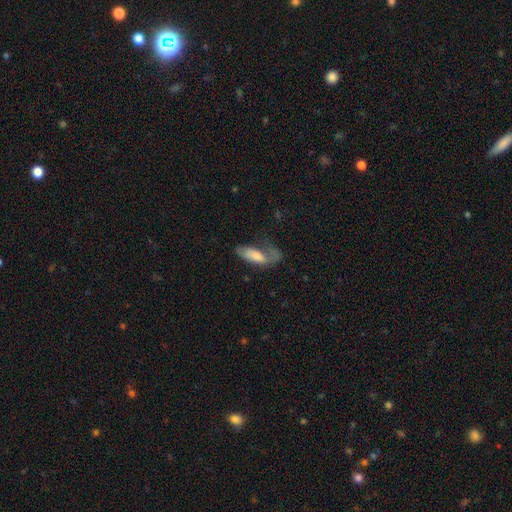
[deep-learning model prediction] This appears to be a smooth galaxy with no disk features (67%) that is in between round and cigar-shaped (70%). Merging: major disturbance (43%).